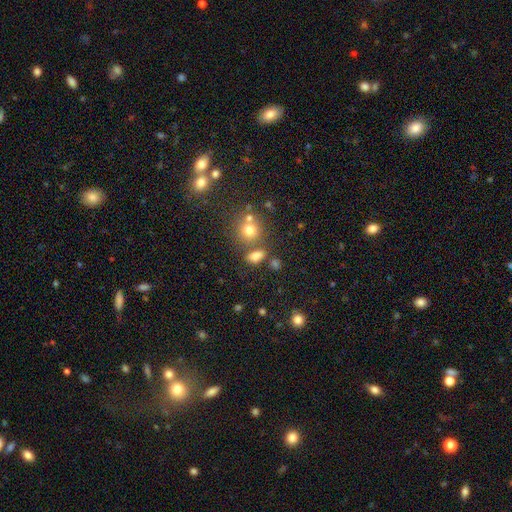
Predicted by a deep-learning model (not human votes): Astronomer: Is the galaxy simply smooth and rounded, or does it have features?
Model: smooth — 76%.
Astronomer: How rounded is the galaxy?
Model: in between — 75%.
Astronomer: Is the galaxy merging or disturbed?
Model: none — 62%.